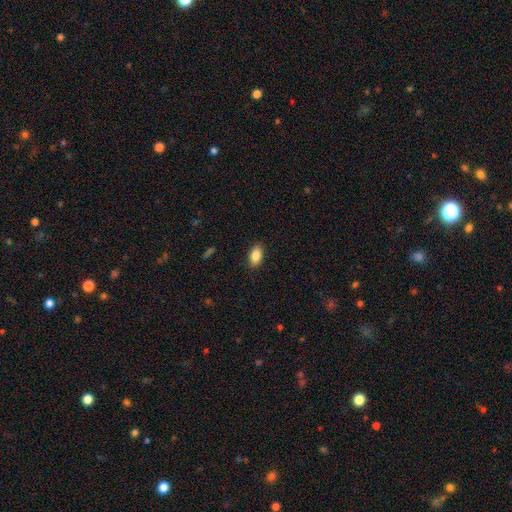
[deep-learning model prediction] The model was most divided on "merging": none: 87%, minor disturbance: 10%, major disturbance: 2%, merger: 1%. More confident: how rounded — in between (92%); smooth or featured — smooth (85%).